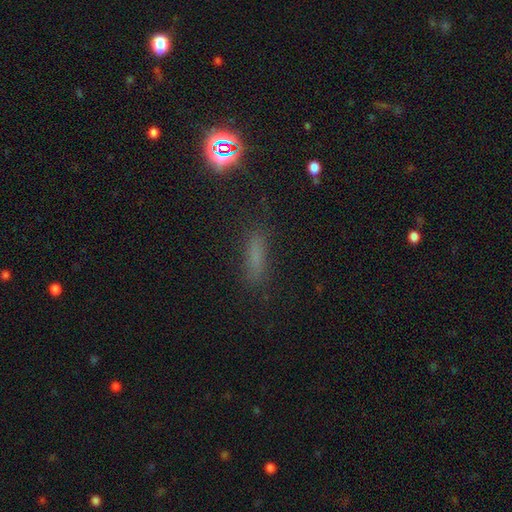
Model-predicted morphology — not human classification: Q: Smooth or featured?
A: smooth (64%); runner-up: star or artifact (24%)
Q: How rounded?
A: cigar-shaped (72%); runner-up: in between (25%)
Q: Merging?
A: none (81%); runner-up: minor disturbance (12%)